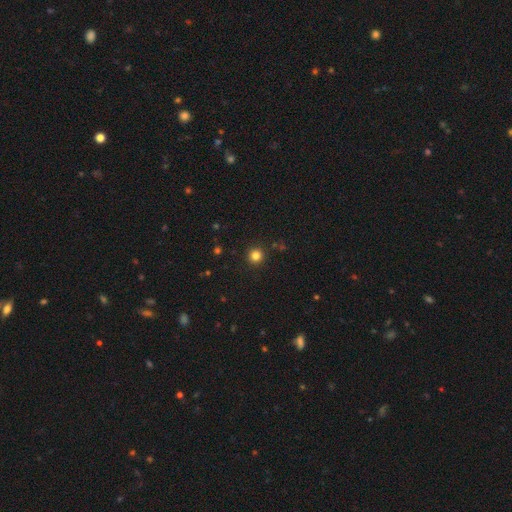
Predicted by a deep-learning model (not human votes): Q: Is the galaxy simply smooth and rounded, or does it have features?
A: smooth — 82%.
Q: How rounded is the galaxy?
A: round — 95%.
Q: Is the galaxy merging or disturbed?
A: none — 92%.